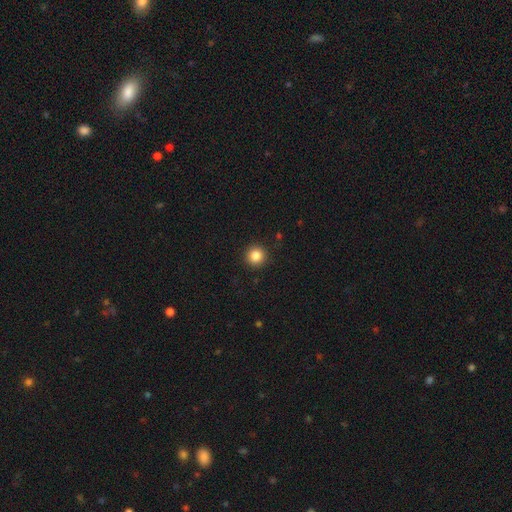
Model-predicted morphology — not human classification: Q: Smooth or featured?
A: smooth (85%); runner-up: star or artifact (10%)
Q: How rounded?
A: round (95%); runner-up: in between (4%)
Q: Merging?
A: none (92%); runner-up: minor disturbance (5%)